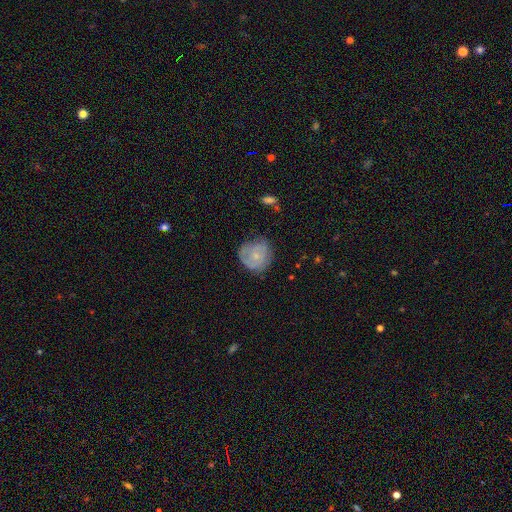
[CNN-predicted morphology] This is possibly a smooth galaxy (47%). Merging: likely none (62%).